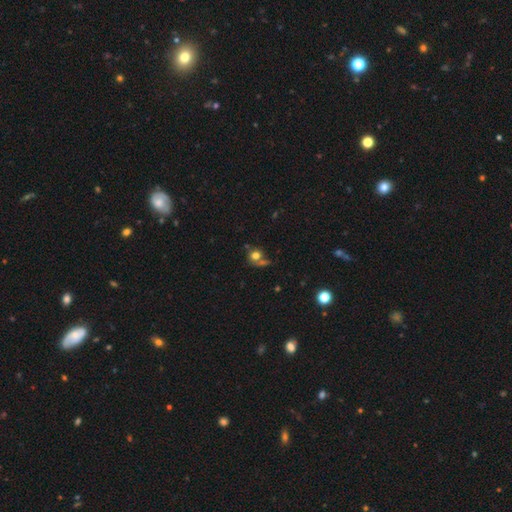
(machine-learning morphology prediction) Overall: smooth (71%). How rounded: round (80%). Merging: none (45%; merger 28%).